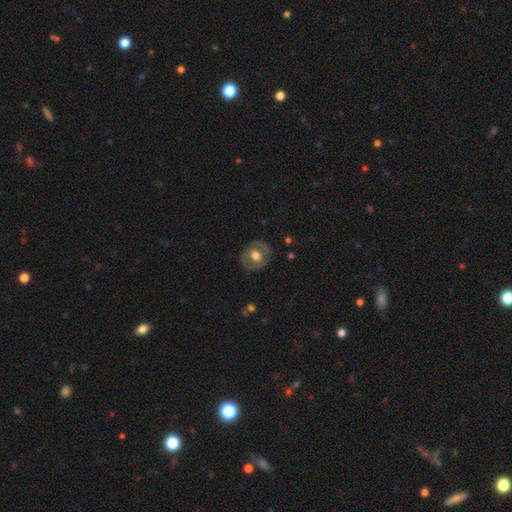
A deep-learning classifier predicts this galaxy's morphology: Smooth or featured: featured or disk — 49% (smooth — 45%)
Merging: none — 81% (minor disturbance — 13%)